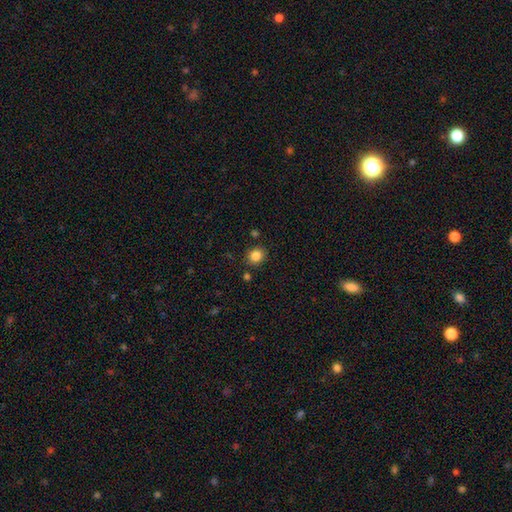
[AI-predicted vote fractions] Smooth or featured? smooth (84%)
How rounded? round (75%)
Merging? none (86%)